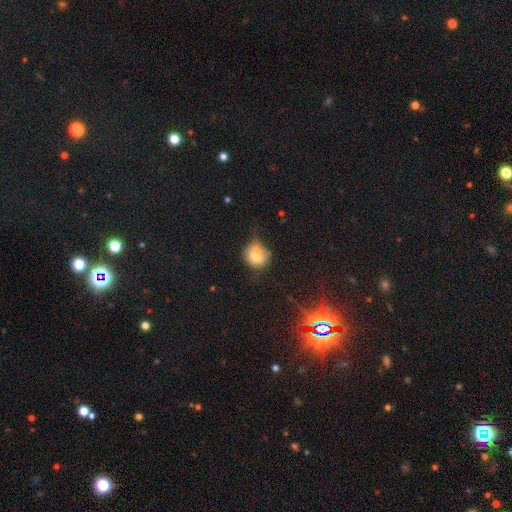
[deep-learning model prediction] smooth_or_featured: smooth (p=0.72) [alt: featured or disk p=0.16]
how_rounded: round (p=0.72) [alt: in between p=0.27]
merging: none (p=0.47) [alt: minor disturbance p=0.34]